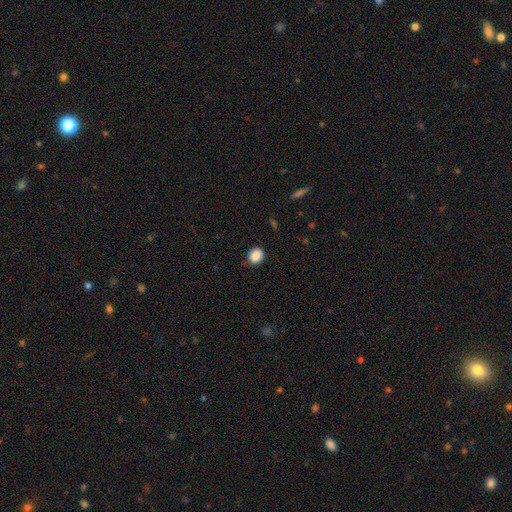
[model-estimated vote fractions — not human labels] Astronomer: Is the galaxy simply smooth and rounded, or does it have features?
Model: smooth — 88%.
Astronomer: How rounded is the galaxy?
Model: round — 69%.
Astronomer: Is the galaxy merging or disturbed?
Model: none — 84%.